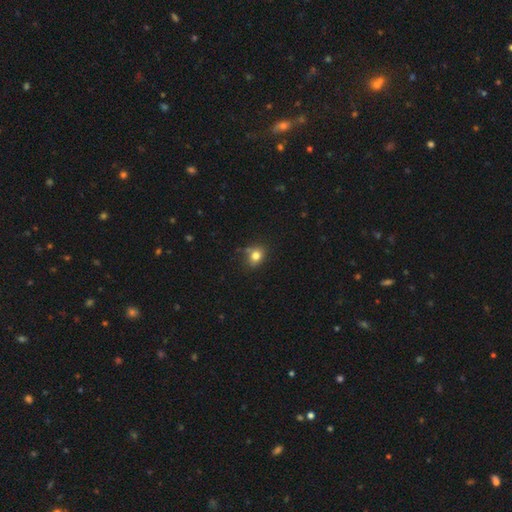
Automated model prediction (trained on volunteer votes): Morphology: type=smooth (80%); roundness=round (53%); merging=none (69%).